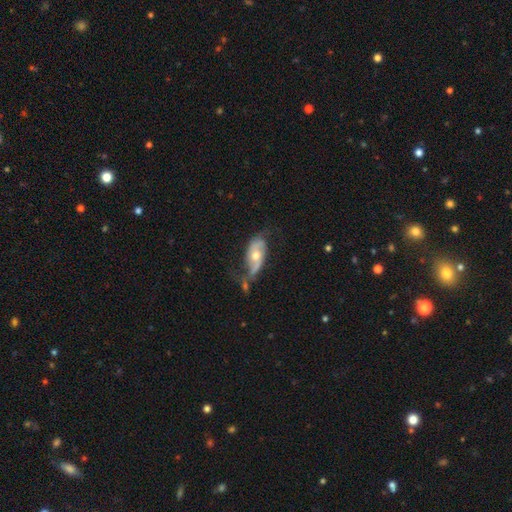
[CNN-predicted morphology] Smooth or featured? Predicted: featured or disk (p=0.66). Edge-on disk? Predicted: no (p=0.89). Bar? Predicted: no (p=0.68). Spiral arms? Predicted: yes (p=0.73). Bulge size? Predicted: moderate (p=0.74). Merging? Predicted: none (p=0.38).